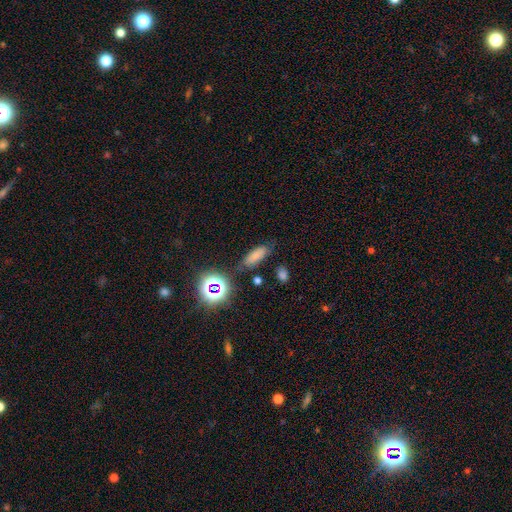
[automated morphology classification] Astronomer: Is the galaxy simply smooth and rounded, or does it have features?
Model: smooth — 71%.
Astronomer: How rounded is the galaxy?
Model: in between — 64%.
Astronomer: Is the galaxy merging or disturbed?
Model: none — 75%.